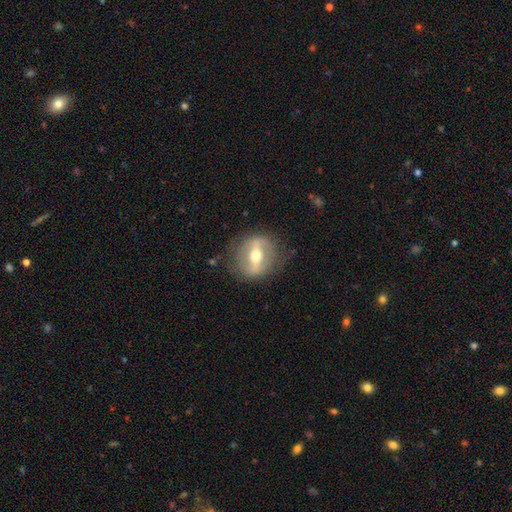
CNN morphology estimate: type=featured or disk (74%); edge-on=no (84%); bar=strong (67%); spiral arms=no (60%); bulge=moderate (73%); merging=none (79%).